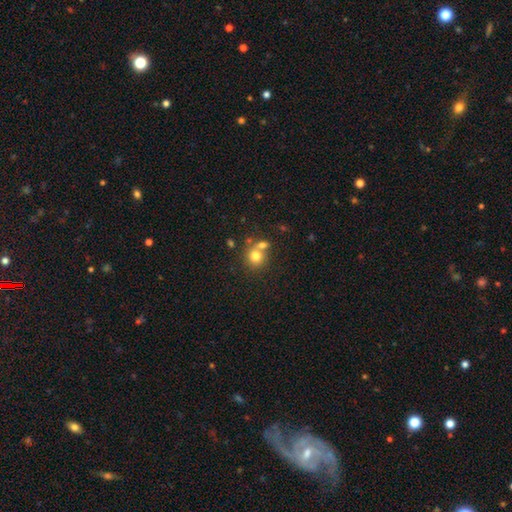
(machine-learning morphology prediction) A smooth galaxy with no disk features (76%) that is round (84%). Merging: none (51%).